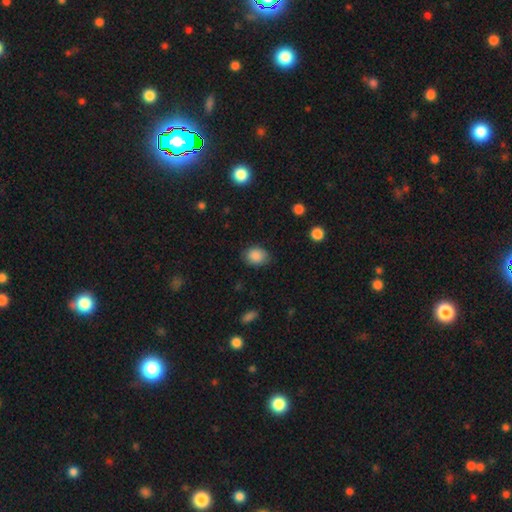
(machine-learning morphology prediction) Smooth or featured: smooth — 88% (star or artifact — 8%)
How rounded: in between — 56% (round — 43%)
Merging: none — 79% (minor disturbance — 16%)